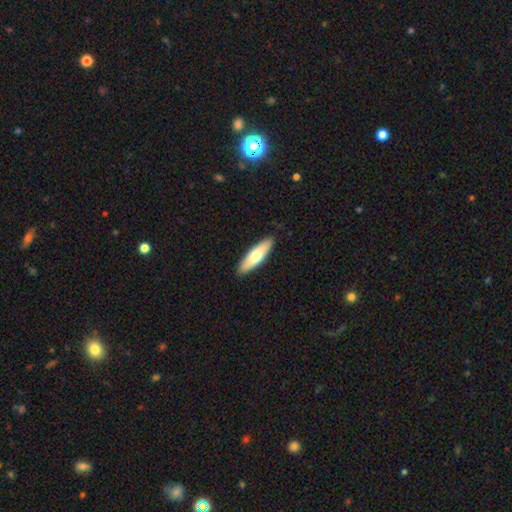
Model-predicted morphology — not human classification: The model was most divided on "how rounded": cigar-shaped: 59%, in between: 39%, round: 2%. More confident: merging — none (89%); smooth or featured — smooth (65%).